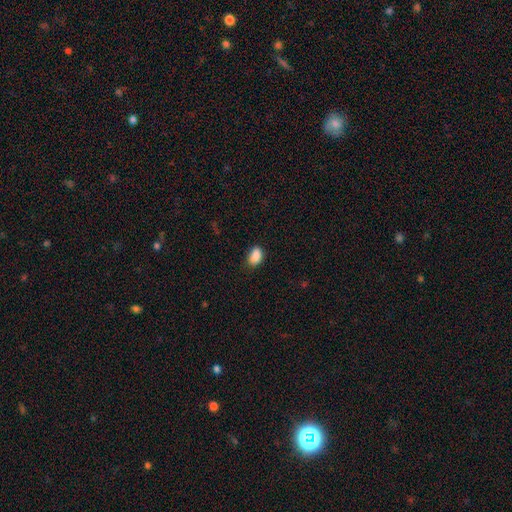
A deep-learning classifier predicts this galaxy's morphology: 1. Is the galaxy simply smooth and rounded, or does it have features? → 89% smooth, 8% star or artifact, 3% featured or disk.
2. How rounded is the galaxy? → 84% in between, 15% round, 1% cigar-shaped.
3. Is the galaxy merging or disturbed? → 76% none, 20% minor disturbance, 4% major disturbance, 1% merger.